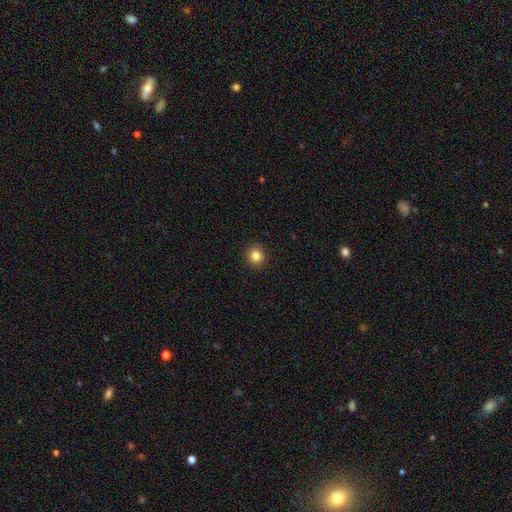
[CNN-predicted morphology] Overall: smooth (84%). How rounded: round (91%). Merging: none (91%).